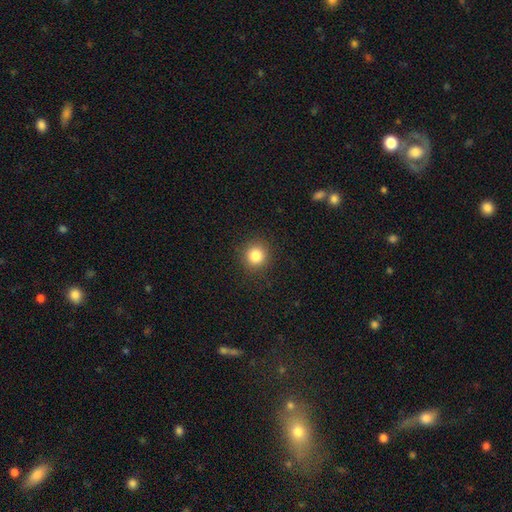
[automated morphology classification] Smooth or featured: smooth — 83% (star or artifact — 11%)
How rounded: round — 93% (in between — 6%)
Merging: none — 91% (minor disturbance — 6%)